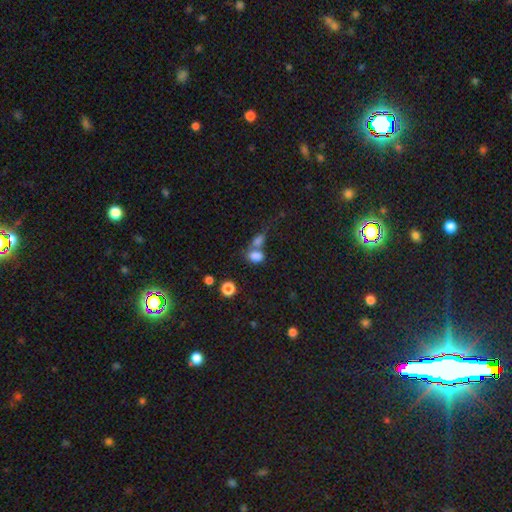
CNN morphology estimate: Smooth or featured? smooth (80%)
How rounded? in between (79%)
Merging? merger (54%)